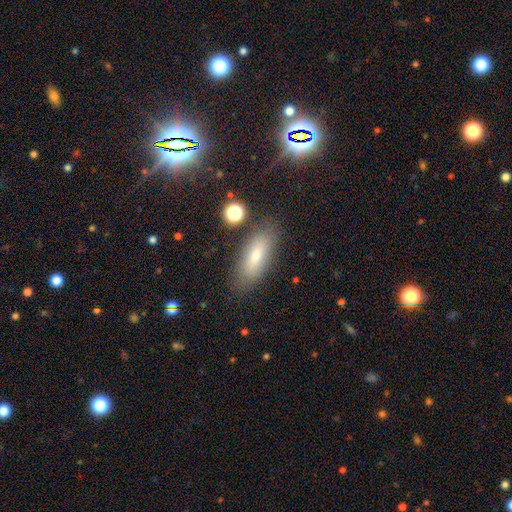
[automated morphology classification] A smooth galaxy with no disk features (73%) that is in between round and cigar-shaped (71%).

Vote fractions:
- Smooth or featured? smooth: 73% / featured or disk: 18% / star or artifact: 9%
- How rounded? in between: 71% / cigar-shaped: 26% / round: 3%
- Merging? none: 79% / minor disturbance: 13% / major disturbance: 4% / merger: 3%